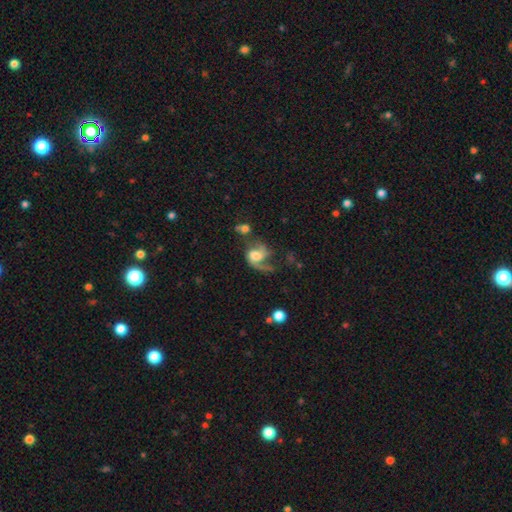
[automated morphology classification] A featured or disk galaxy (73%) with no bar (57%), 2 (52%) loose (56%) spiral arms (91%) and a moderate central bulge (49%).

Vote fractions:
- Smooth or featured? featured or disk: 73% / smooth: 19% / star or artifact: 8%
- Edge-on disk? no: 97% / yes: 3%
- Bar? no: 57% / weak: 35% / strong: 8%
- Spiral arms? yes: 91% / no: 9%
- Spiral winding? loose: 56% / medium: 35% / tight: 9%
- Spiral arm count? 2: 52% / 1: 39% / can't tell: 5% / 3: 2% / 4: 1% / more than 4: 1%
- Bulge size? moderate: 49% / large: 28% / small: 14% / none: 6% / dominant: 3%
- Merging? major disturbance: 35% / none: 31% / merger: 17% / minor disturbance: 16%